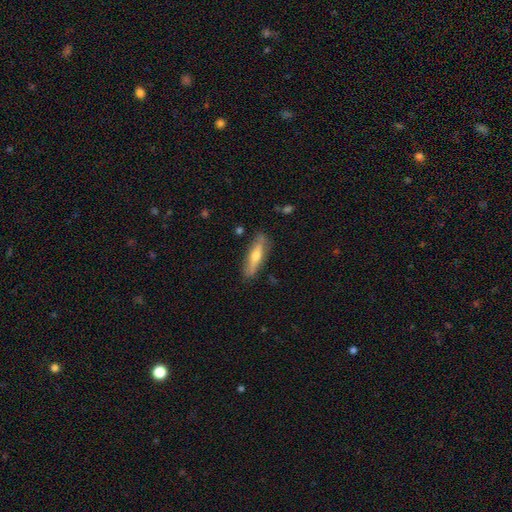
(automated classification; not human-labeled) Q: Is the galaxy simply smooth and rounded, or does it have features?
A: featured or disk — 50%.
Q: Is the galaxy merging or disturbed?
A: none — 83%.